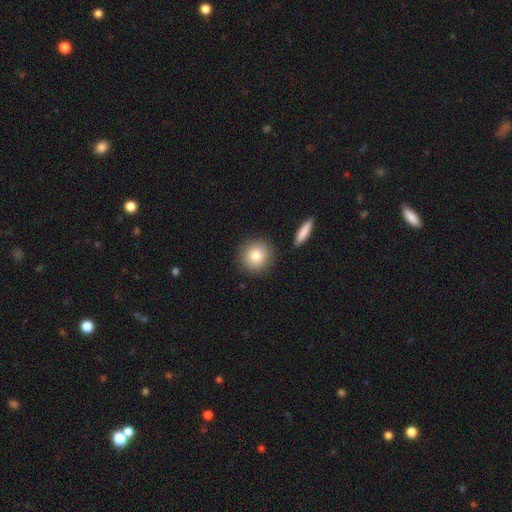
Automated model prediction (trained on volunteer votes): smooth 81%, featured or disk 10%, star or artifact 9%. Down the decision tree: how rounded — round (92%); merging — none (87%).